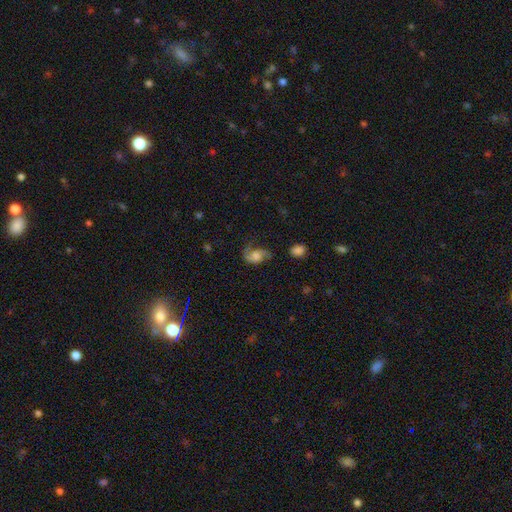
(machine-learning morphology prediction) Smooth or featured: featured or disk — 63% (smooth — 27%)
Edge-on disk: no — 97% (yes — 3%)
Bar: no — 65% (weak — 29%)
Spiral arms: yes — 91% (no — 9%)
Spiral winding: loose — 57% (medium — 34%)
Spiral arm count: 2 — 79% (1 — 13%)
Bulge size: moderate — 33% (large — 29%)
Merging: none — 51% (minor disturbance — 23%)